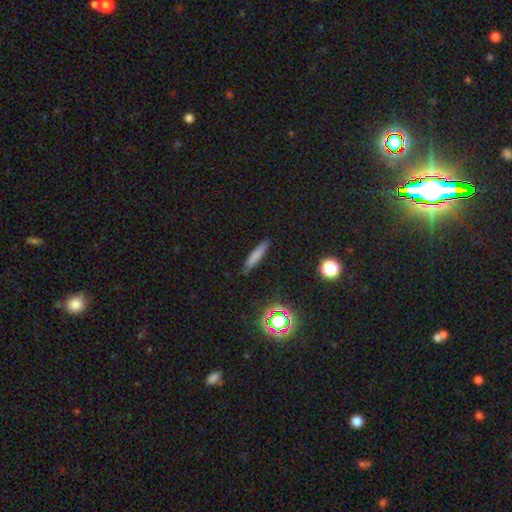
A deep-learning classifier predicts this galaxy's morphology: Overall: smooth (73%). How rounded: cigar-shaped (87%). Merging: none (84%).